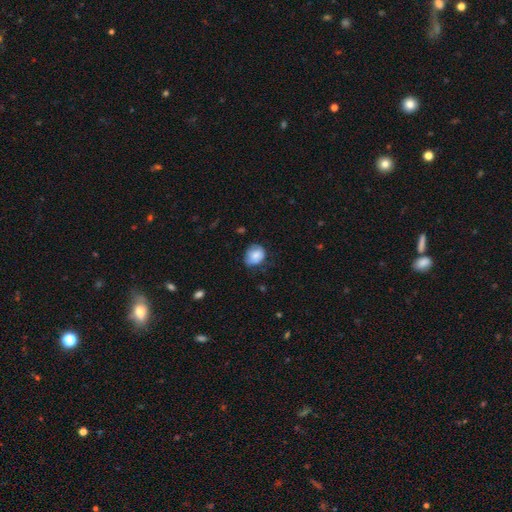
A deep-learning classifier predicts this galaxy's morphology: This appears to be a smooth galaxy with no disk features (78%) that is round (65%). Merging: none (55%).